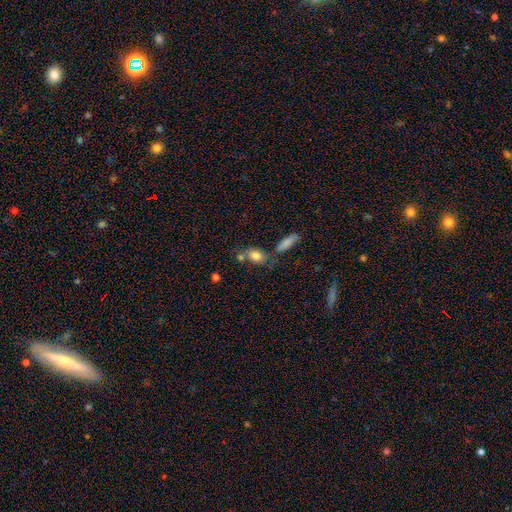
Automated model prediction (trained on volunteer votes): Smooth or featured?
  - smooth: 79% *
  - featured or disk: 12%
  - star or artifact: 9%
How rounded?
  - in between: 72% *
  - round: 22%
  - cigar-shaped: 6%
Merging?
  - none: 51% *
  - merger: 26%
  - minor disturbance: 17%
  - major disturbance: 7%